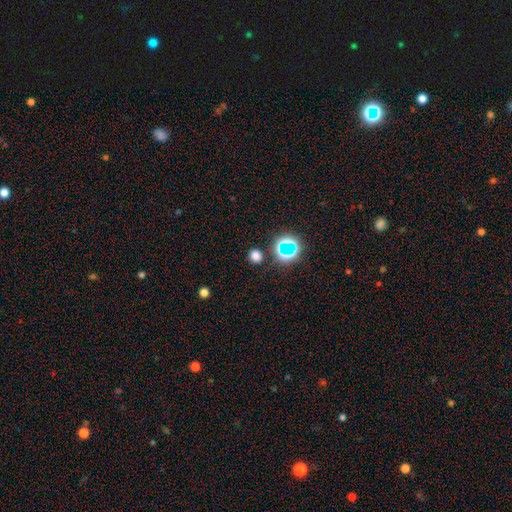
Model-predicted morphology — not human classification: Smooth or featured? smooth (71%)
How rounded? round (87%)
Merging? none (87%)